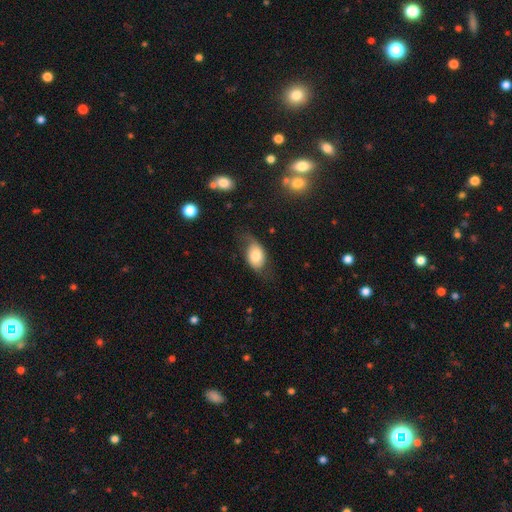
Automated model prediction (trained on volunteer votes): Q: Smooth or featured?
A: smooth (60%); runner-up: featured or disk (32%)
Q: How rounded?
A: in between (84%); runner-up: round (15%)
Q: Merging?
A: none (52%); runner-up: minor disturbance (30%)